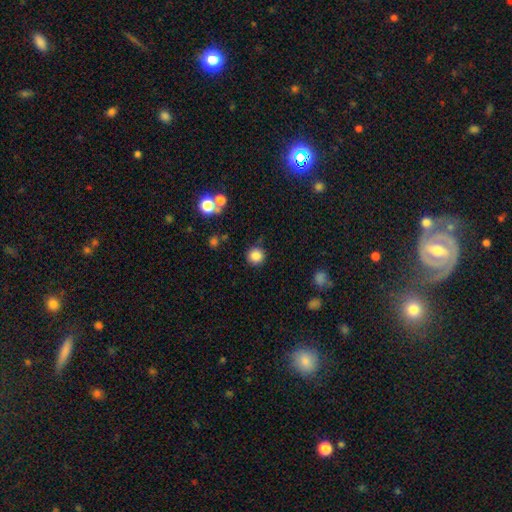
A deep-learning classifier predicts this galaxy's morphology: Smooth or featured?
  - smooth: 84% *
  - star or artifact: 12%
  - featured or disk: 4%
How rounded?
  - round: 94% *
  - in between: 5%
  - cigar-shaped: 1%
Merging?
  - none: 86% *
  - minor disturbance: 9%
  - merger: 3%
  - major disturbance: 3%